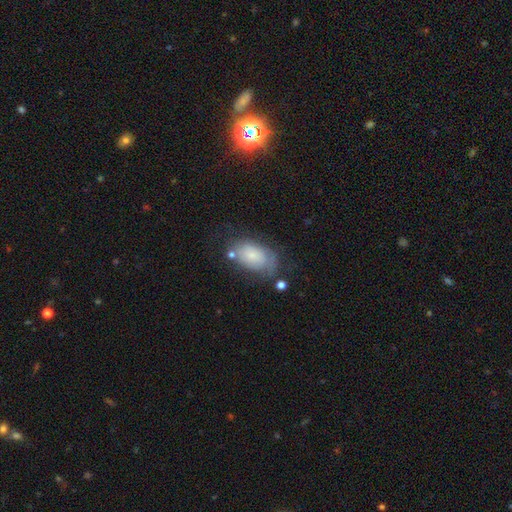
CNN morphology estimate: Q: Smooth or featured?
A: smooth (44%); runner-up: featured or disk (38%)
Q: Merging?
A: none (61%); runner-up: minor disturbance (24%)